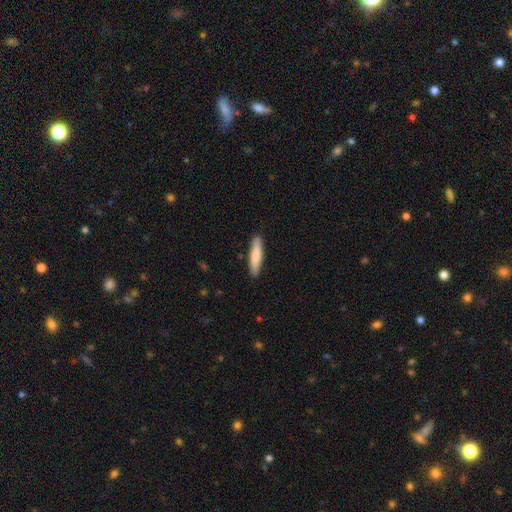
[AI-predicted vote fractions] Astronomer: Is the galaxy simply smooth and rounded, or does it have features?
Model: smooth — 80%.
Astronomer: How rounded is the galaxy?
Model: cigar-shaped — 83%.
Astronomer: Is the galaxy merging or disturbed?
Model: none — 89%.